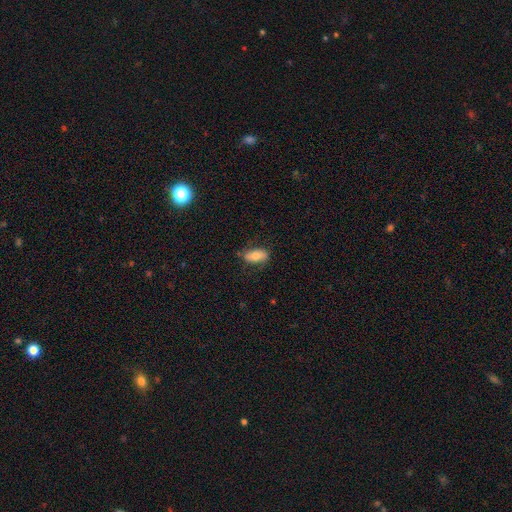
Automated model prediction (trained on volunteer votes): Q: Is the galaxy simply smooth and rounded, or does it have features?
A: smooth — 70%.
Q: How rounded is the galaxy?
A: in between — 87%.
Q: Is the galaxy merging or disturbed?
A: none — 74%.